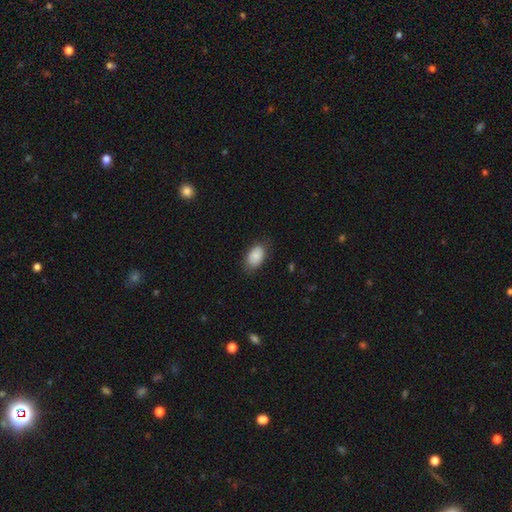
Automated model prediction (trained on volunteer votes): This is clearly a smooth galaxy (87%). How rounded: clearly in between (90%). Merging: likely none (78%).